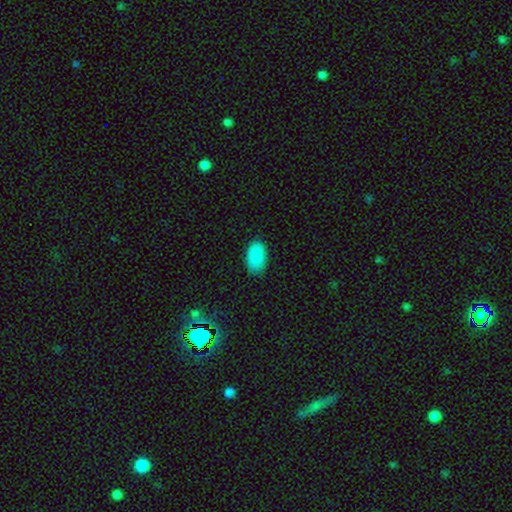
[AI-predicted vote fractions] smooth 89%, star or artifact 8%, featured or disk 3%. Down the decision tree: how rounded — in between (95%); merging — none (85%).